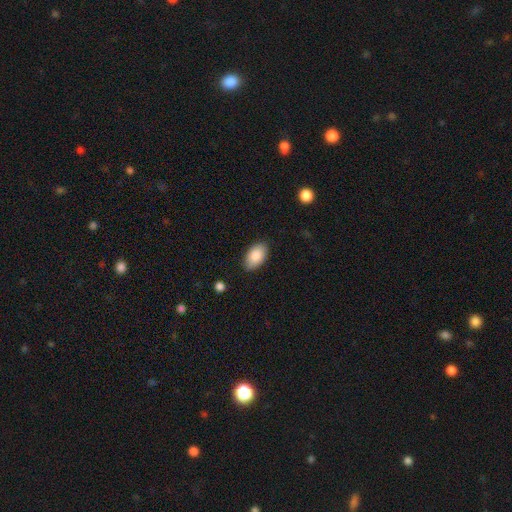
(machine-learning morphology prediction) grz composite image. It shows a smooth galaxy with no disk features (87%) that is in between round and cigar-shaped (94%). Merging: none (86%).